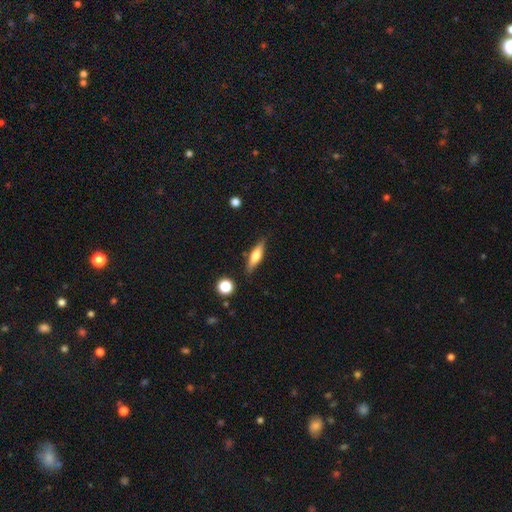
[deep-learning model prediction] A smooth galaxy with no disk features (56%) that is cigar-shaped (62%). Merging: none (82%).